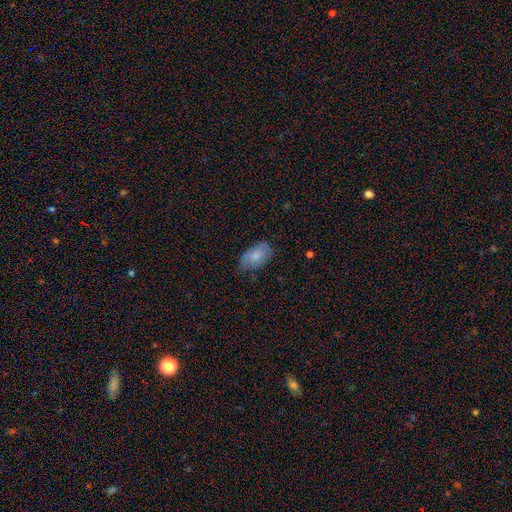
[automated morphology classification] This appears to be a smooth galaxy with no disk features (74%) that is in between round and cigar-shaped (94%). Merging: none (67%).